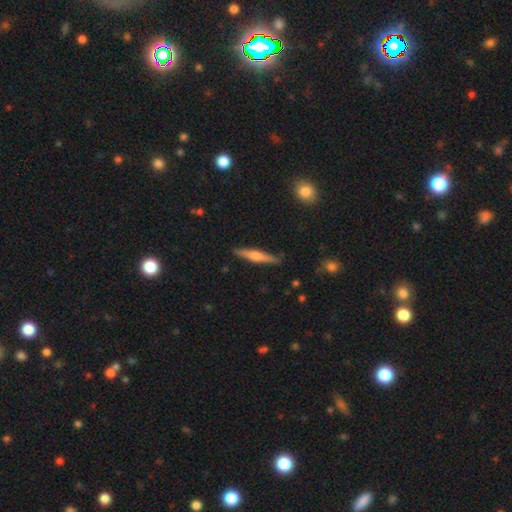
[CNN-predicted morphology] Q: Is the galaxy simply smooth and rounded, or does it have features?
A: featured or disk — 64%.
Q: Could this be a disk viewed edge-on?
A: yes — 98%.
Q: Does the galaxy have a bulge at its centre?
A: rounded — 80%.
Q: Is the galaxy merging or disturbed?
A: none — 90%.